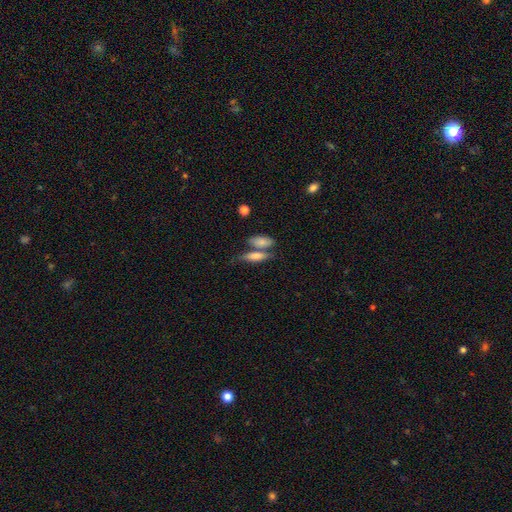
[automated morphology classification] Smooth or featured? smooth (71%)
How rounded? in between (52%)
Merging? none (48%)